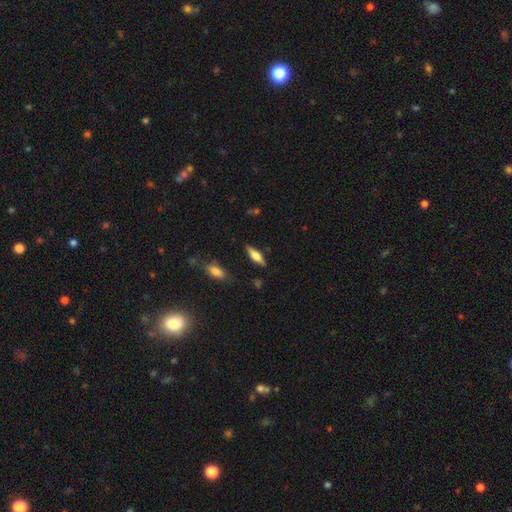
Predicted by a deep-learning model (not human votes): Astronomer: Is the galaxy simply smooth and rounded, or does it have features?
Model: smooth — 55% (runner-up: featured or disk, 38%).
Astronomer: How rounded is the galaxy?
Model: in between — 50% (runner-up: cigar-shaped, 48%).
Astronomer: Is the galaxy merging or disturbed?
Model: none — 84%.